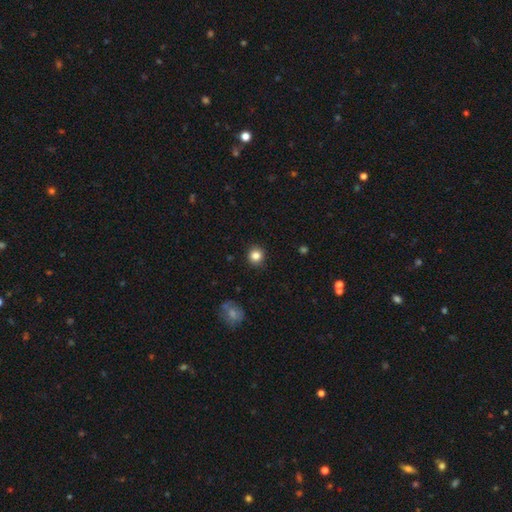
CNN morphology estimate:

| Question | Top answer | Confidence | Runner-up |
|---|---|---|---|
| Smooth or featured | smooth | 84% | star or artifact (11%) |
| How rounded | round | 92% | in between (7%) |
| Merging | none | 91% | minor disturbance (6%) |